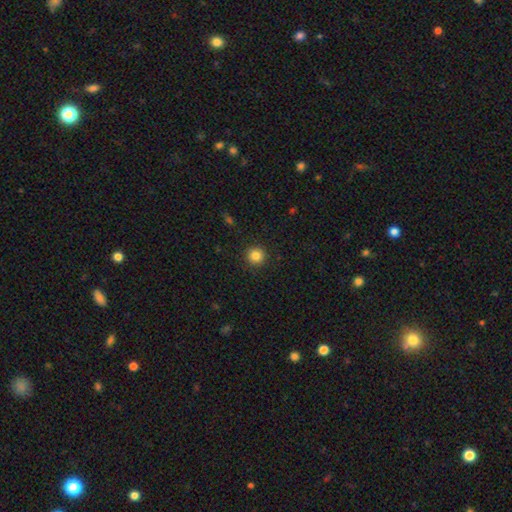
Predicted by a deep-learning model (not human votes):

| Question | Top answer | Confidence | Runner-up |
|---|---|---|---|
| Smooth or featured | smooth | 85% | star or artifact (11%) |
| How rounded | round | 95% | in between (4%) |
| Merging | none | 92% | minor disturbance (5%) |